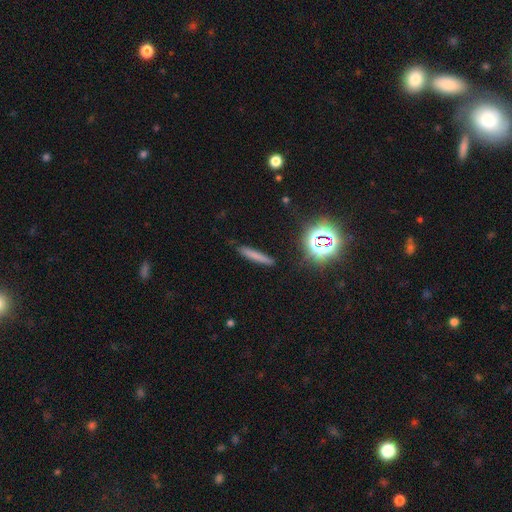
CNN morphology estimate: Overall: smooth (70%). How rounded: cigar-shaped (91%). Merging: none (87%).